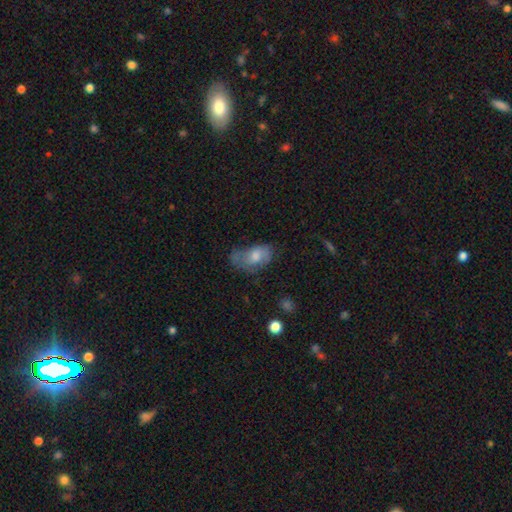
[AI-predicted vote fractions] smooth 53%, featured or disk 37%, star or artifact 10%. Down the decision tree: how rounded — in between (88%); merging — none (42%).